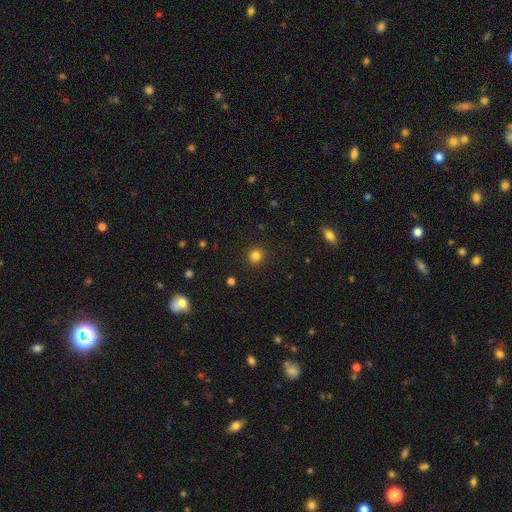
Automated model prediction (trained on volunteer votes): This is clearly a smooth galaxy (83%). How rounded: clearly round (91%). Merging: clearly none (92%).